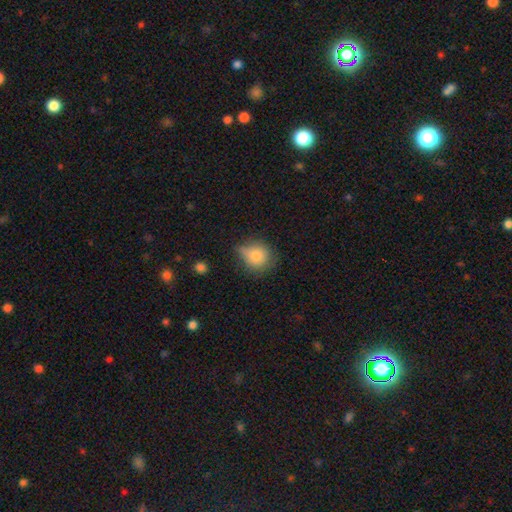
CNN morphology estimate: A smooth galaxy with no disk features (80%) that is round (78%).

Vote fractions:
- Smooth or featured? smooth: 80% / featured or disk: 11% / star or artifact: 9%
- How rounded? round: 78% / in between: 21% / cigar-shaped: 1%
- Merging? none: 52% / minor disturbance: 35% / major disturbance: 9% / merger: 3%